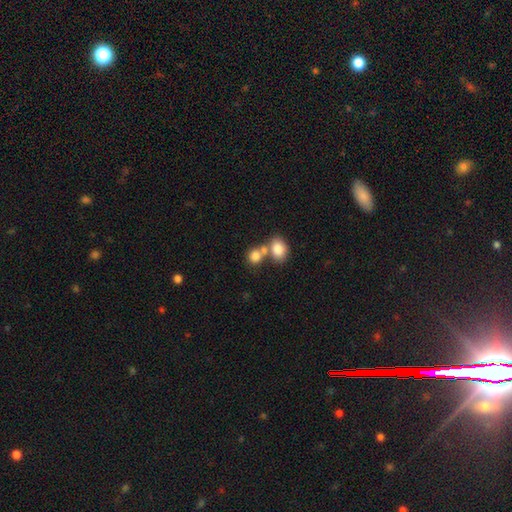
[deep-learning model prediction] This appears to be a smooth galaxy with no disk features (80%) that is round (62%). Merging: merger (49%).